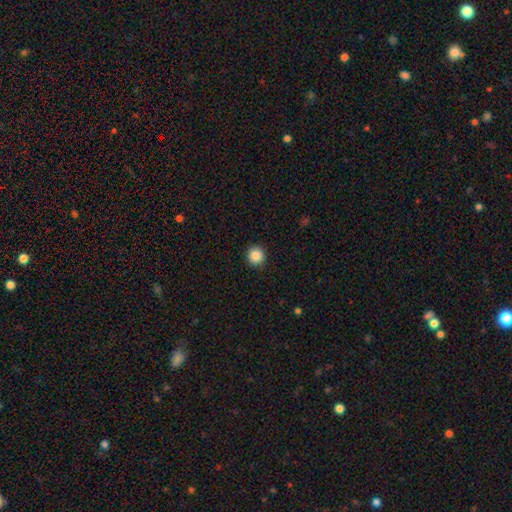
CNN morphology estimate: Overall: smooth (87%). How rounded: round (93%). Merging: none (92%).